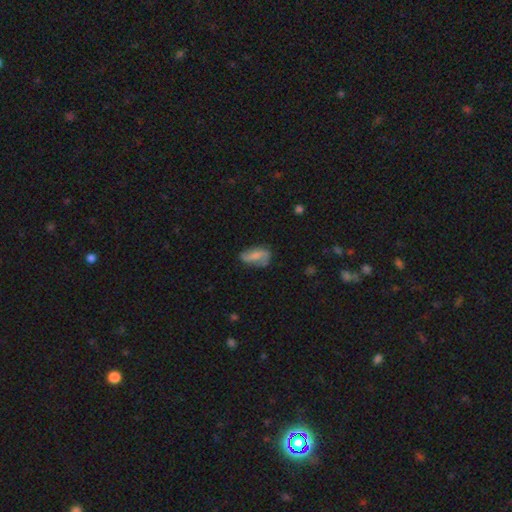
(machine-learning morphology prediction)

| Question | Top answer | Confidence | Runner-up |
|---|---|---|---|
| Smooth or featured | smooth | 48% | featured or disk (44%) |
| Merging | none | 59% | minor disturbance (26%) |